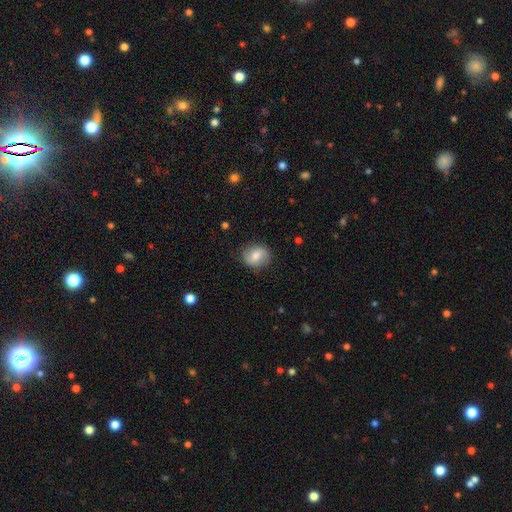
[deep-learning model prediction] Smooth or featured?
  - smooth: 69% *
  - featured or disk: 23%
  - star or artifact: 8%
How rounded?
  - round: 64% *
  - in between: 35%
  - cigar-shaped: 1%
Merging?
  - none: 83% *
  - minor disturbance: 13%
  - major disturbance: 3%
  - merger: 1%